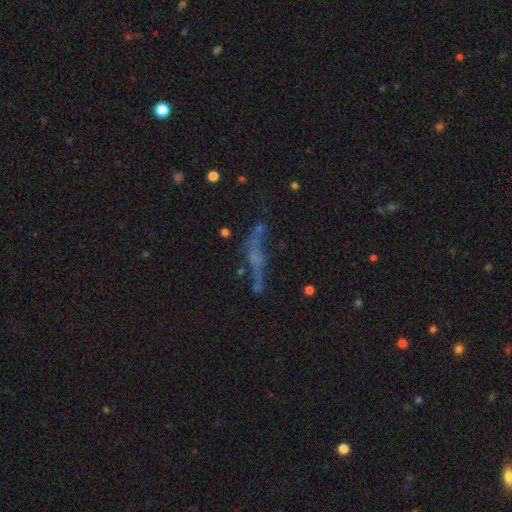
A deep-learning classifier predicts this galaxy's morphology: Overall: featured or disk (49%; smooth 27%). Merging: none (50%; major disturbance 21%).